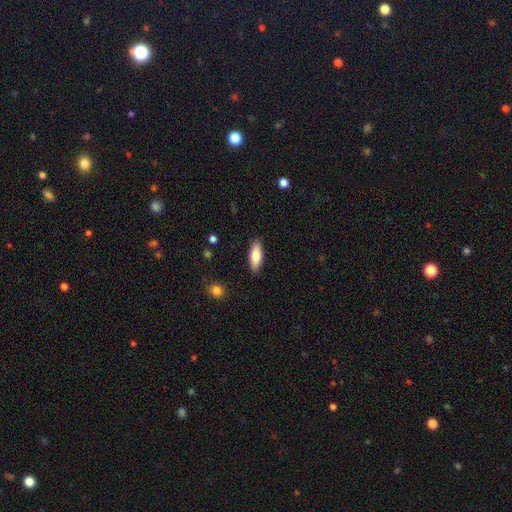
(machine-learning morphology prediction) smooth_or_featured: smooth (p=0.80) [alt: featured or disk p=0.14]
how_rounded: in between (p=0.70) [alt: cigar-shaped p=0.28]
merging: none (p=0.88) [alt: minor disturbance p=0.09]